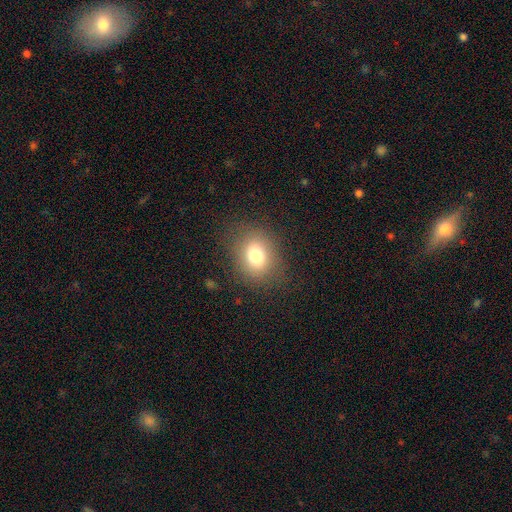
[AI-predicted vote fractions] Smooth or featured?
  - smooth: 76% *
  - star or artifact: 13%
  - featured or disk: 11%
How rounded?
  - round: 51% *
  - in between: 48%
  - cigar-shaped: 1%
Merging?
  - none: 82% *
  - minor disturbance: 11%
  - major disturbance: 6%
  - merger: 1%